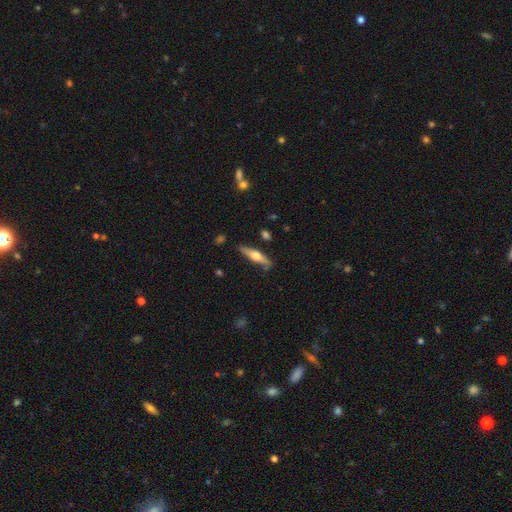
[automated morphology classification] smooth-or-featured: featured or disk: 54% | smooth: 40% | star or artifact: 5%
  disk-edge-on: yes: 93% | no: 7%
    edge-on-bulge: rounded: 92% | boxy: 5% | none: 3%
  merging: none: 82% | minor disturbance: 13% | major disturbance: 3% | merger: 2%